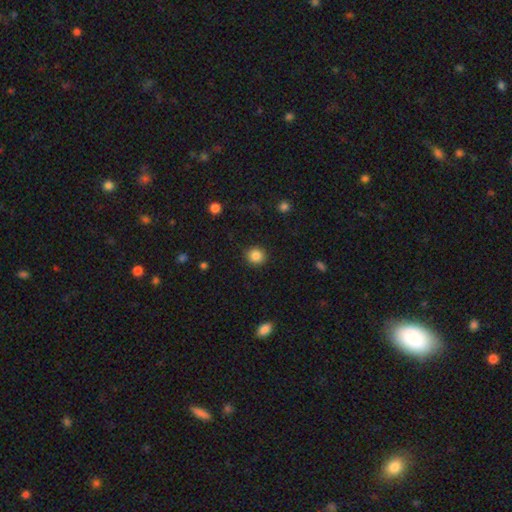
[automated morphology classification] smooth-or-featured: smooth: 86% | star or artifact: 10% | featured or disk: 4%
  how-rounded: round: 88% | in between: 11% | cigar-shaped: 1%
  merging: none: 90% | minor disturbance: 7% | major disturbance: 2% | merger: 1%